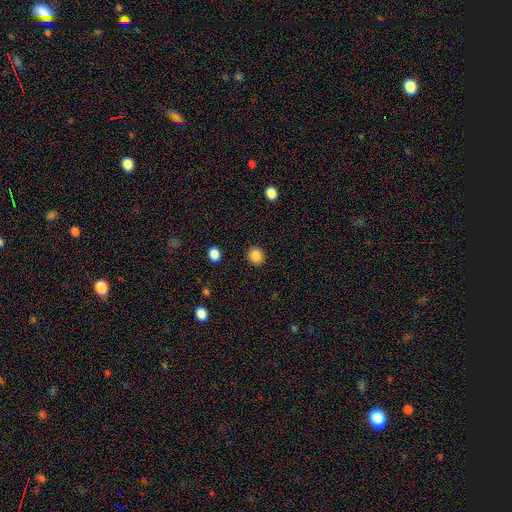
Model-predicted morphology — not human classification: The model was most divided on "how rounded": round: 80%, in between: 19%, cigar-shaped: 1%. More confident: merging — none (91%); smooth or featured — smooth (86%).